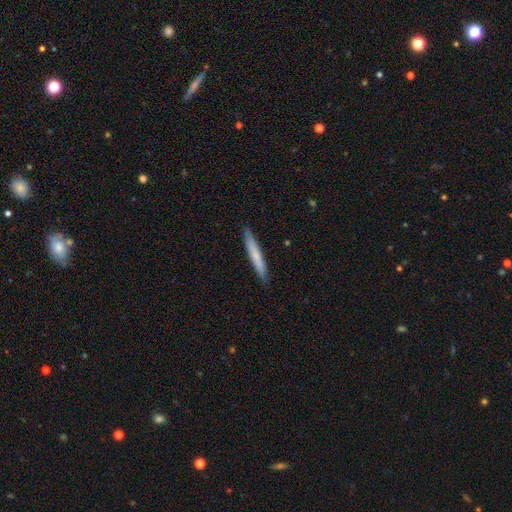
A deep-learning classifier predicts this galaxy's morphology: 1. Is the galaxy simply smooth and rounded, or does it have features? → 68% smooth, 27% featured or disk, 5% star or artifact.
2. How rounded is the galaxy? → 96% cigar-shaped, 3% in between, 1% round.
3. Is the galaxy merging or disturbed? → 91% none, 7% minor disturbance, 1% major disturbance, 1% merger.